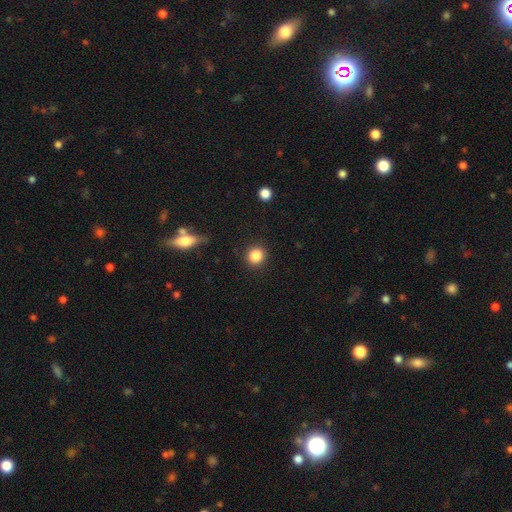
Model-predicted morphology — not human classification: smooth 86%, star or artifact 10%, featured or disk 4%. Down the decision tree: how rounded — round (88%); merging — none (89%).